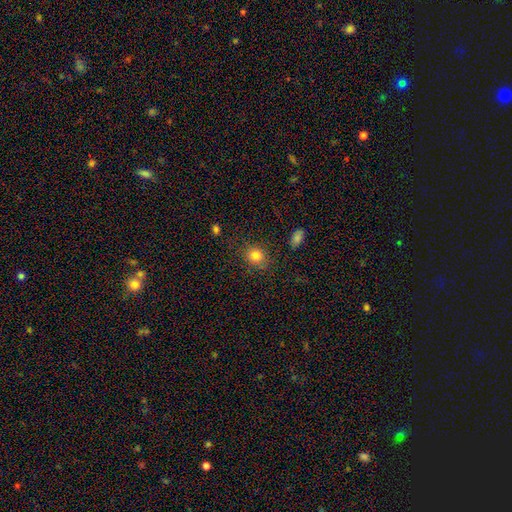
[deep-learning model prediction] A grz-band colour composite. It shows a smooth galaxy with no disk features (82%) that is round (73%). Merging: none (83%).